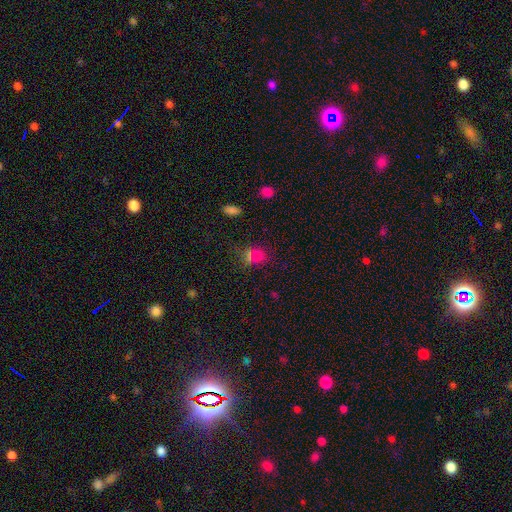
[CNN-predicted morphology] Q: Smooth or featured?
A: smooth (65%); runner-up: star or artifact (27%)
Q: How rounded?
A: round (56%); runner-up: in between (41%)
Q: Merging?
A: none (68%); runner-up: merger (14%)